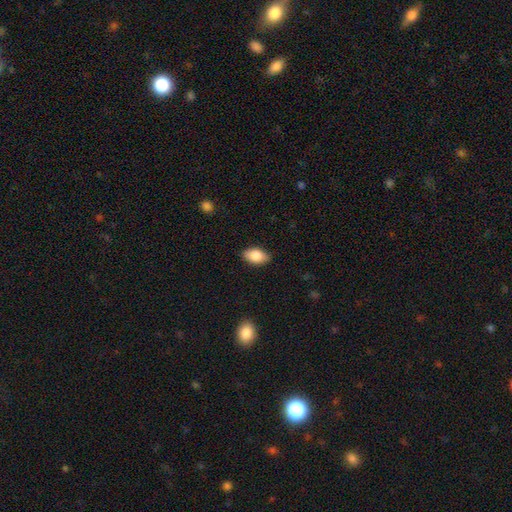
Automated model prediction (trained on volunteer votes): This appears to be a smooth galaxy with no disk features (83%) that is in between round and cigar-shaped (91%). Merging: none (86%).